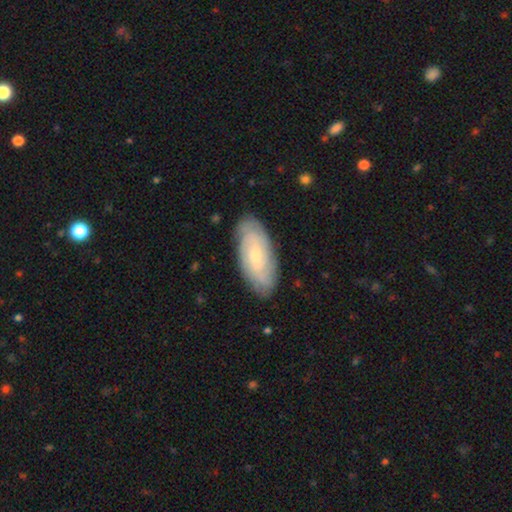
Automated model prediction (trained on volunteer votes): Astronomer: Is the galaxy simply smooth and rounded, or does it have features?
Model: featured or disk — 62%.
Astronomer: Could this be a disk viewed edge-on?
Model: no — 90%.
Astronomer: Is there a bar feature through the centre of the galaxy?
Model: no — 59%.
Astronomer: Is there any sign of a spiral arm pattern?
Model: yes — 88%.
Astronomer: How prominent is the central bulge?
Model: small — 68%.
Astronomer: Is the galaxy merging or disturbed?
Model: none — 84%.